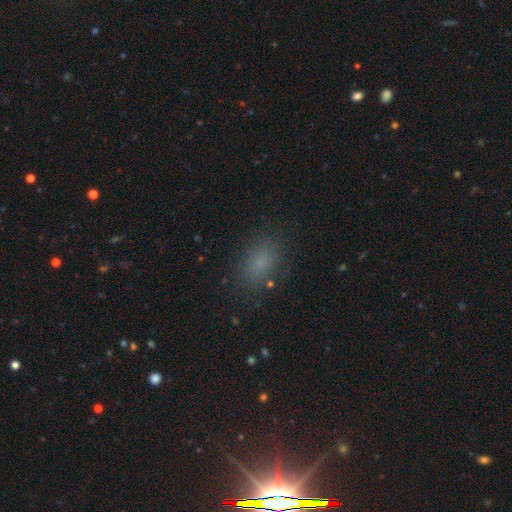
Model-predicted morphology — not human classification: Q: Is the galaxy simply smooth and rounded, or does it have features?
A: smooth — 78%.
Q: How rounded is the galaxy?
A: in between — 80%.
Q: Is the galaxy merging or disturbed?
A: none — 81%.